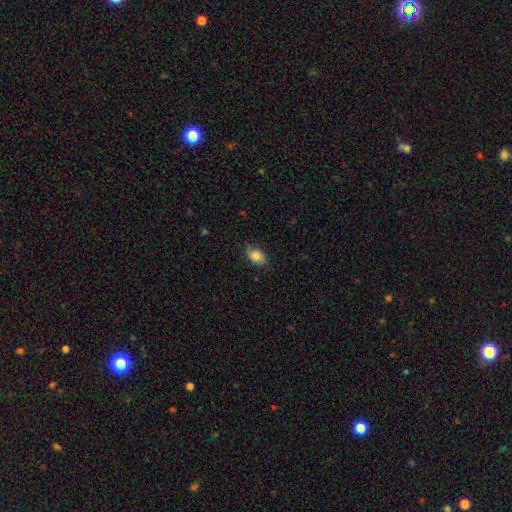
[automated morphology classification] Smooth or featured? Predicted: smooth (p=0.80). How rounded? Predicted: in between (p=0.86). Merging? Predicted: none (p=0.77).